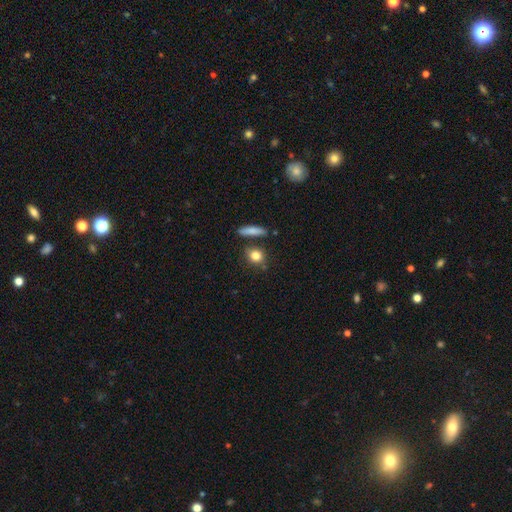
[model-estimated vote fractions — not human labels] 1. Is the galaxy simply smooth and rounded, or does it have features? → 83% smooth, 9% star or artifact, 8% featured or disk.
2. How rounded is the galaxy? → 65% round, 28% in between, 7% cigar-shaped.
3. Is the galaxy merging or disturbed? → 74% none, 12% minor disturbance, 11% merger, 4% major disturbance.